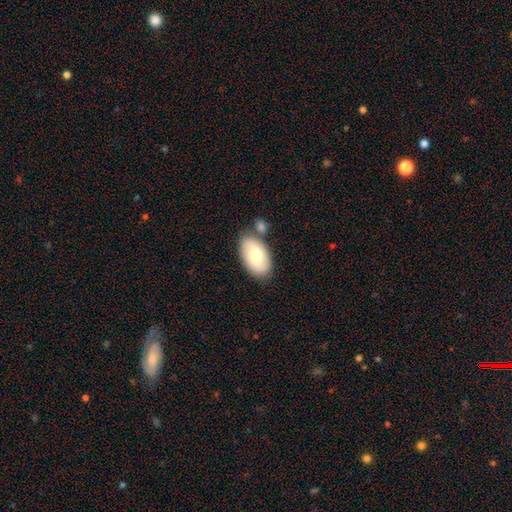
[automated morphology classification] Smooth or featured? smooth (73%)
How rounded? in between (95%)
Merging? none (69%)